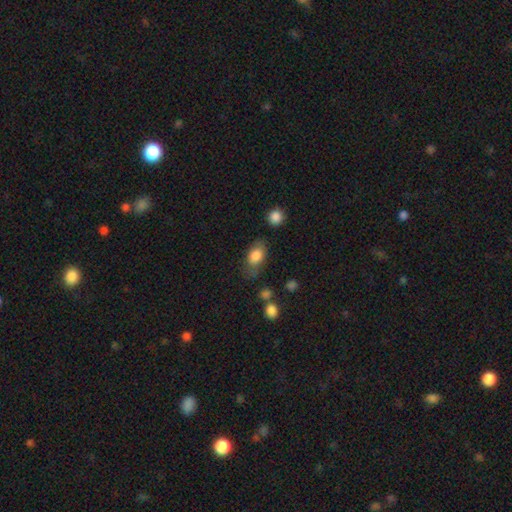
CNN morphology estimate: A smooth galaxy with no disk features (81%) that is in between round and cigar-shaped (87%).

Vote fractions:
- Smooth or featured? smooth: 81% / featured or disk: 12% / star or artifact: 7%
- How rounded? in between: 87% / round: 11% / cigar-shaped: 2%
- Merging? none: 62% / minor disturbance: 24% / major disturbance: 10% / merger: 5%